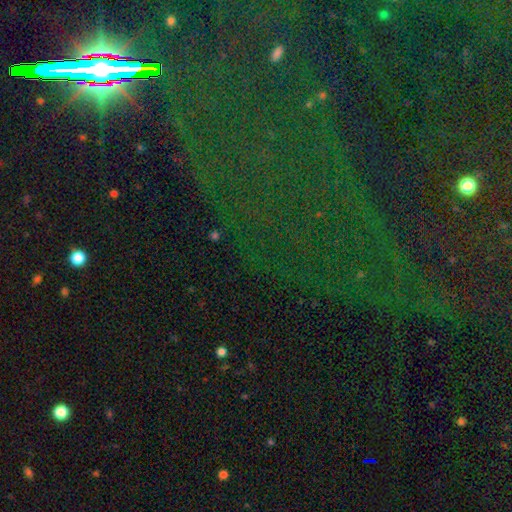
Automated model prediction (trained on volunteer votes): This is clearly a star or artifact rather than a galaxy (82%).